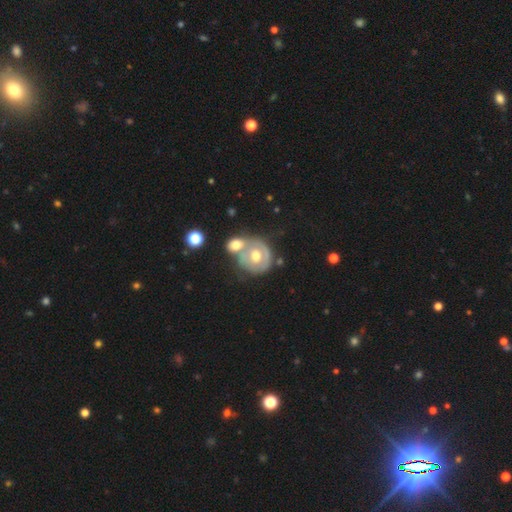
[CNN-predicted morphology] Smooth or featured? Predicted: featured or disk (p=0.61). Edge-on disk? Predicted: no (p=0.96). Bar? Predicted: no (p=0.76). Spiral arms? Predicted: no (p=0.57). Bulge size? Predicted: moderate (p=0.77). Merging? Predicted: merger (p=0.45).